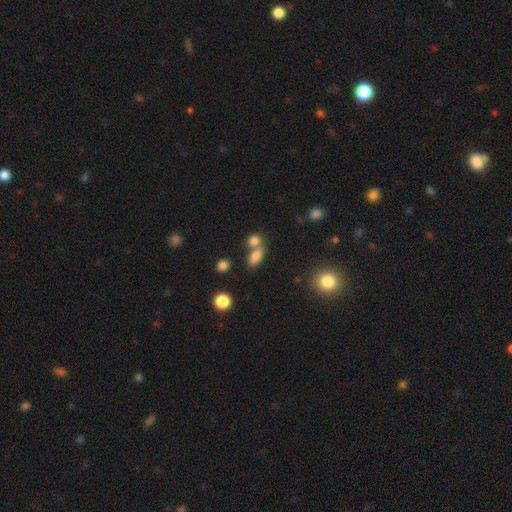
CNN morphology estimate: This appears to be a smooth galaxy with no disk features (78%) that is in between round and cigar-shaped (80%). Merging: merger (44%).